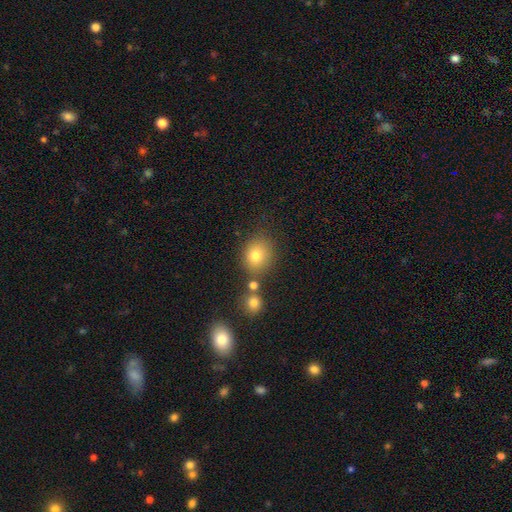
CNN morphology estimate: smooth-or-featured: smooth: 78% | star or artifact: 13% | featured or disk: 9%
  how-rounded: round: 63% | in between: 36% | cigar-shaped: 1%
  merging: none: 70% | merger: 13% | minor disturbance: 13% | major disturbance: 4%